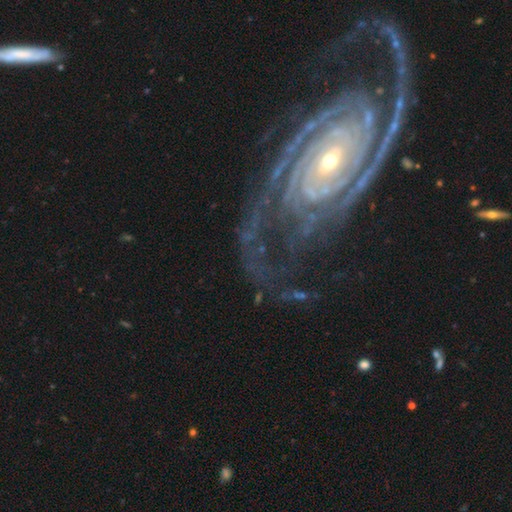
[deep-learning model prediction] The model was most divided on "spiral arm count": 2: 32%, can't tell: 22%, 3: 16%, 4: 13%, more than 4: 10%, 1: 8%. More confident: spiral arms — yes (97%); edge-on disk — no (96%); smooth or featured — featured or disk (89%); spiral winding — tight (77%); merging — none (66%); bulge size — small (66%); bar — no (57%).